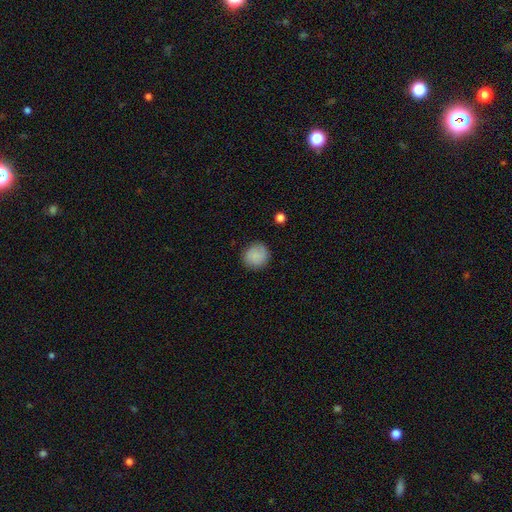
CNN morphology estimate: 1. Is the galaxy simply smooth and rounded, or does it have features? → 86% smooth, 8% star or artifact, 6% featured or disk.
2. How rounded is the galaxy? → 91% round, 8% in between, 1% cigar-shaped.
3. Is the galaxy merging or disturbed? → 88% none, 8% minor disturbance, 2% major disturbance, 1% merger.